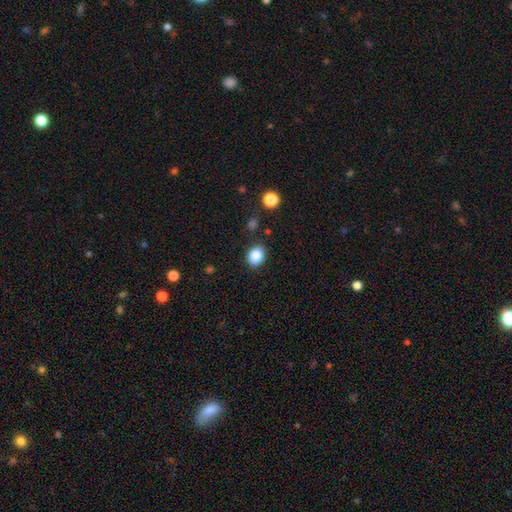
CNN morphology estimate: This appears to be a smooth galaxy with no disk features (86%) that is round (56%). Merging: none (84%).